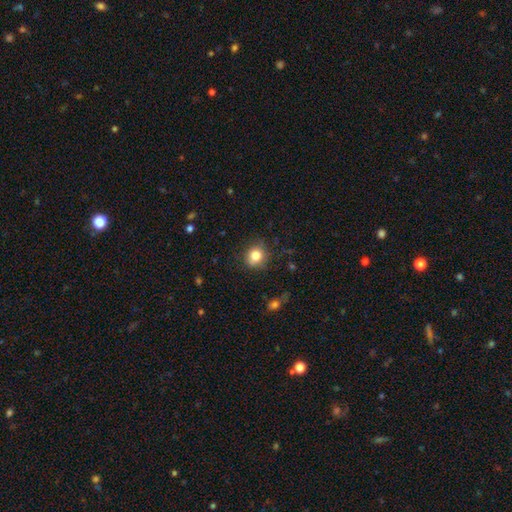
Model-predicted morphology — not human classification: type=smooth (82%); roundness=round (82%); merging=none (82%).